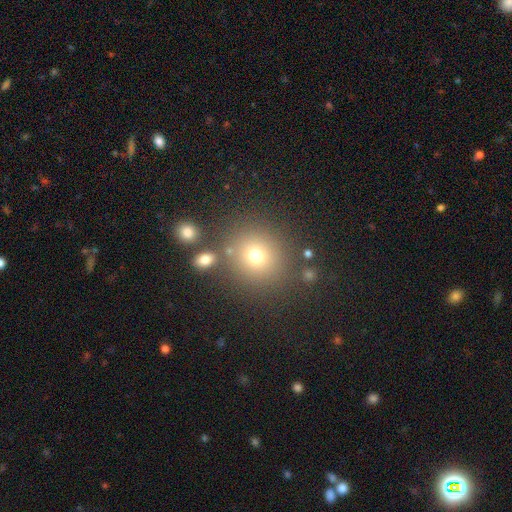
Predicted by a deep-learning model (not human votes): Overall: smooth (72%). How rounded: round (85%). Merging: none (78%).